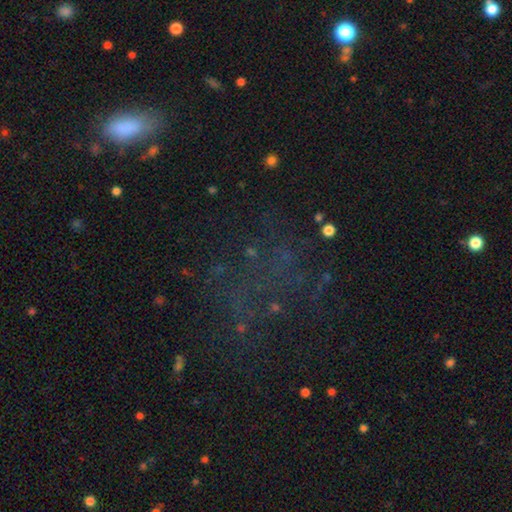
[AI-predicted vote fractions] This is possibly a star or artifact rather than a galaxy (47%).